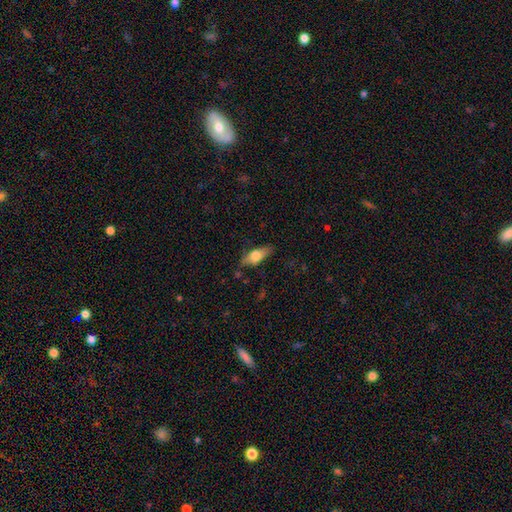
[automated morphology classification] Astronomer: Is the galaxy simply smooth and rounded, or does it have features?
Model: smooth — 64%.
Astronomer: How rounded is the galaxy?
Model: in between — 67%.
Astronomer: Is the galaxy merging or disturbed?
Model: none — 74%.